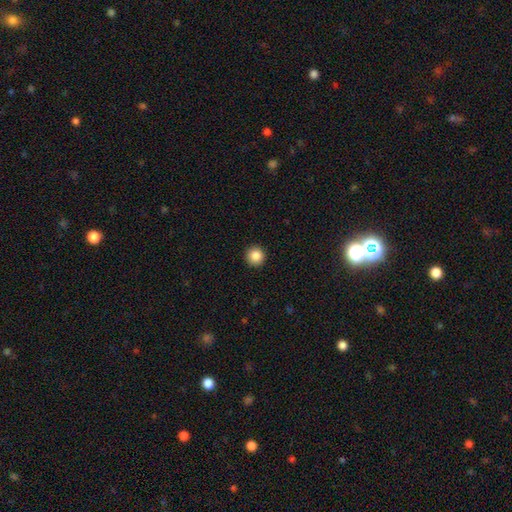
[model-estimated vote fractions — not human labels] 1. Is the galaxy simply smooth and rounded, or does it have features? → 86% smooth, 10% star or artifact, 4% featured or disk.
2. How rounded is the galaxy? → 95% round, 4% in between, 1% cigar-shaped.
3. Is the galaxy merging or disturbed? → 93% none, 5% minor disturbance, 2% major disturbance, 1% merger.